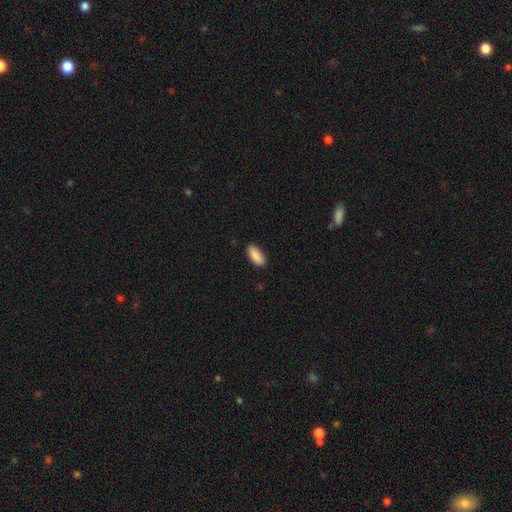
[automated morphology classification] type=smooth (90%); roundness=in between (85%); merging=none (86%).